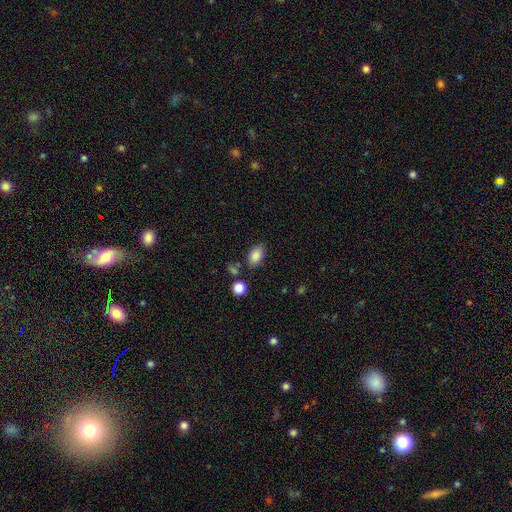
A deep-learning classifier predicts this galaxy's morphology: This appears to be a smooth galaxy with no disk features (86%) that is in between round and cigar-shaped (88%). Merging: none (76%).